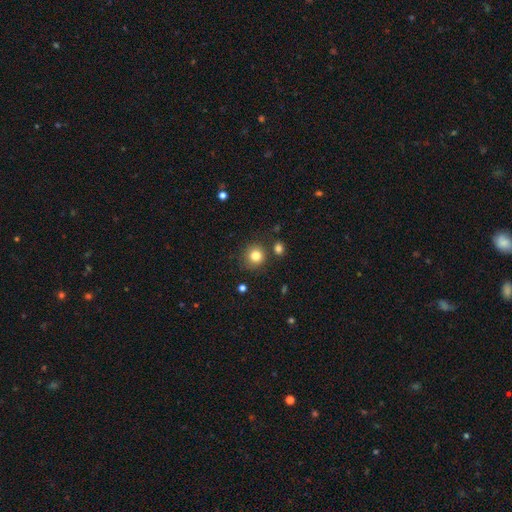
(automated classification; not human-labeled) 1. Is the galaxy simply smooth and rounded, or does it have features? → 82% smooth, 12% star or artifact, 7% featured or disk.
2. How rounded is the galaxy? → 90% round, 9% in between, 1% cigar-shaped.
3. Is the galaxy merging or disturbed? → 82% none, 9% minor disturbance, 6% merger, 3% major disturbance.